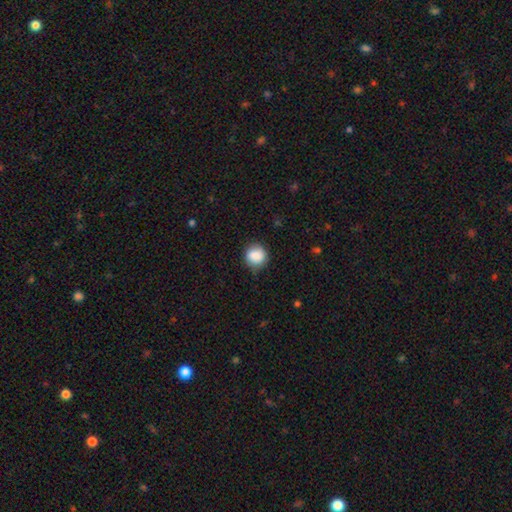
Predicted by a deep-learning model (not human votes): smooth-or-featured: smooth: 87% | star or artifact: 8% | featured or disk: 5%
  how-rounded: round: 85% | in between: 14% | cigar-shaped: 1%
  merging: none: 82% | minor disturbance: 14% | major disturbance: 3% | merger: 1%